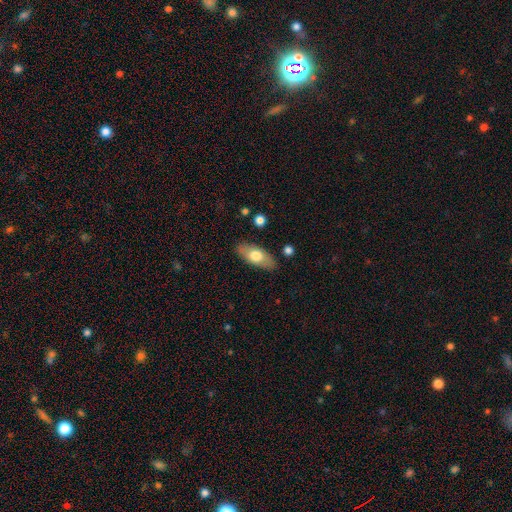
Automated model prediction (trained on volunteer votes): This is likely a smooth galaxy (67%). How rounded: clearly in between (86%). Merging: clearly none (86%).